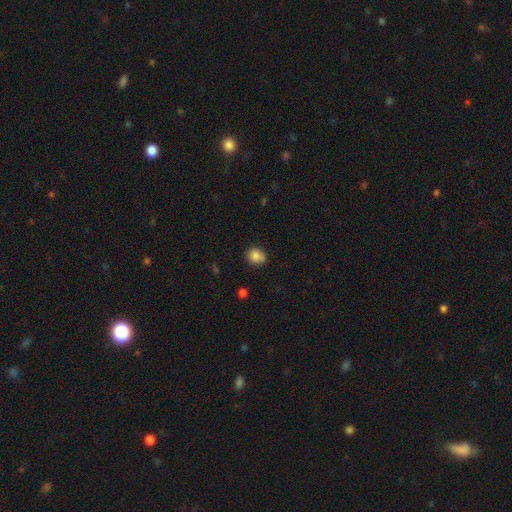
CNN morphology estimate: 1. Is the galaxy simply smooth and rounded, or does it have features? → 84% smooth, 9% star or artifact, 7% featured or disk.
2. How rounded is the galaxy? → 67% round, 32% in between, 1% cigar-shaped.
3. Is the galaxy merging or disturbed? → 77% none, 17% minor disturbance, 3% major disturbance, 3% merger.